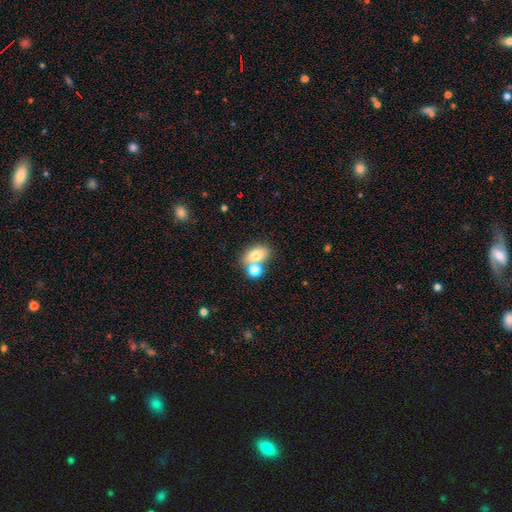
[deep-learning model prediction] This is likely a smooth galaxy (73%). How rounded: likely in between (75%). Merging: possibly none (47%).